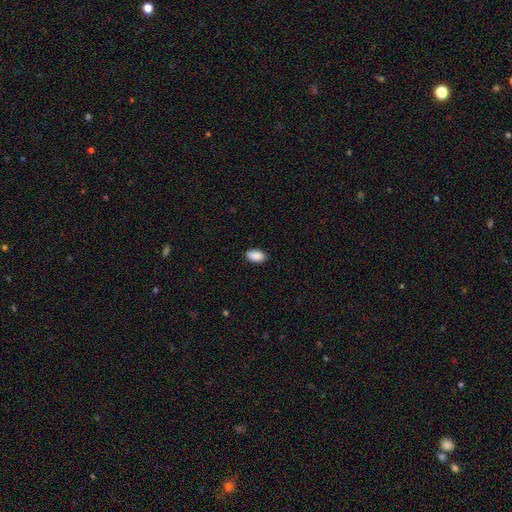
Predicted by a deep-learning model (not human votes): smooth_or_featured: smooth (p=0.91) [alt: star or artifact p=0.07]
how_rounded: in between (p=0.94) [alt: round p=0.04]
merging: none (p=0.88) [alt: minor disturbance p=0.09]